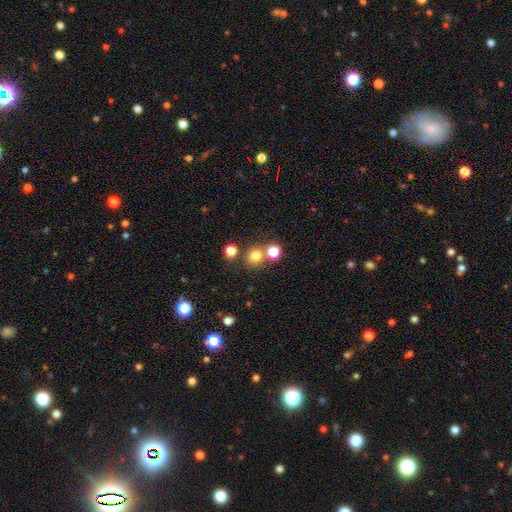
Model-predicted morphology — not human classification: Smooth or featured: smooth — 77% (star or artifact — 16%)
How rounded: round — 88% (in between — 11%)
Merging: none — 69% (merger — 20%)